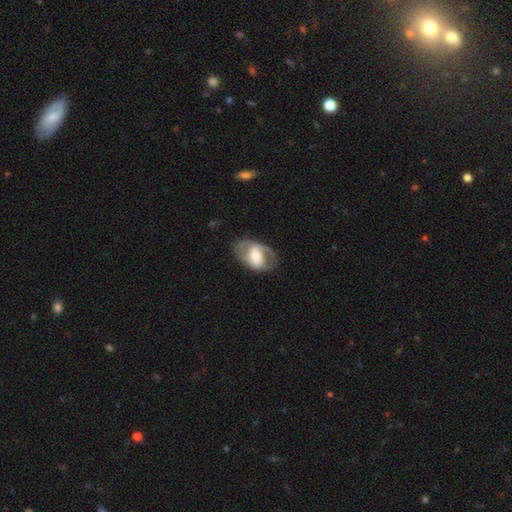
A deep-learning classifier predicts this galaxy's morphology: A featured or disk galaxy (70%) with a weak bar (39%), spiral arms (75%) and a moderate central bulge (59%). Merging: none (73%).